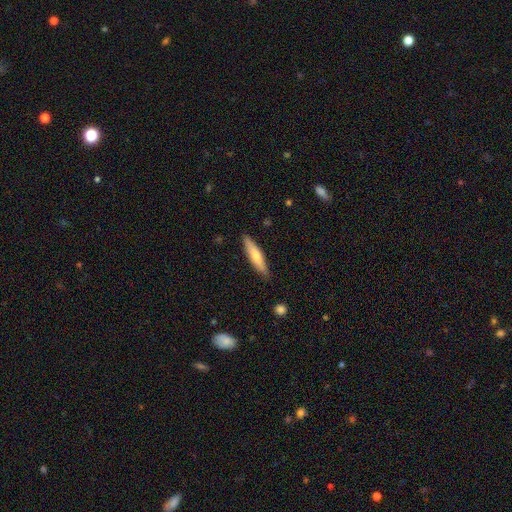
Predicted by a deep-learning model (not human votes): Smooth or featured? smooth (63%)
How rounded? cigar-shaped (79%)
Merging? none (87%)